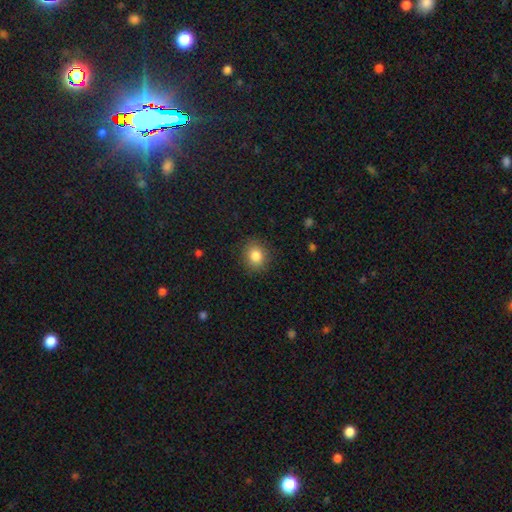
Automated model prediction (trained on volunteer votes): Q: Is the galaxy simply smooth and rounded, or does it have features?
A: smooth — 85%.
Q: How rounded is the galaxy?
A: round — 76%.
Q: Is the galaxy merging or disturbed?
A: none — 88%.